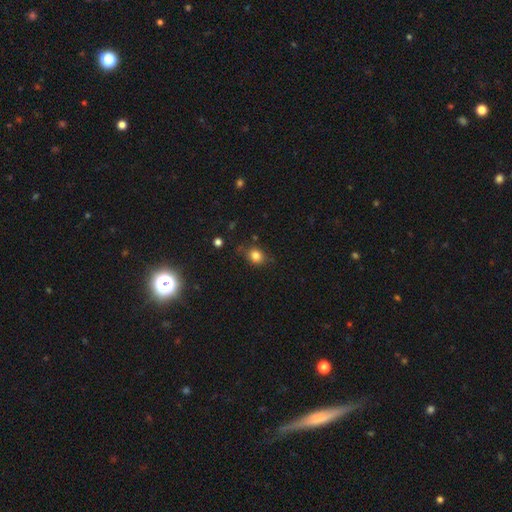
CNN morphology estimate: smooth_or_featured: smooth (p=0.82) [alt: star or artifact p=0.11]
how_rounded: round (p=0.62) [alt: in between p=0.37]
merging: none (p=0.75) [alt: minor disturbance p=0.18]